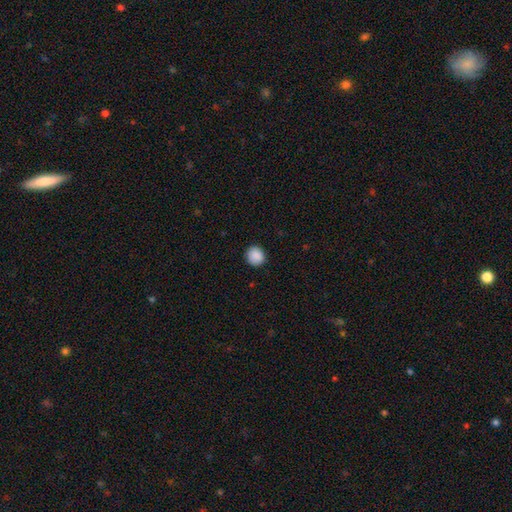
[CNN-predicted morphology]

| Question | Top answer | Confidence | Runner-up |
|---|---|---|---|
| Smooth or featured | smooth | 89% | star or artifact (8%) |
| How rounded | round | 87% | in between (12%) |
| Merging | none | 90% | minor disturbance (7%) |